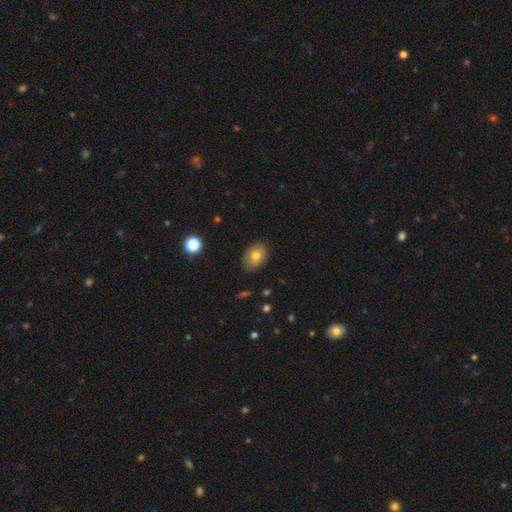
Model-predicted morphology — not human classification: A smooth galaxy with no disk features (76%) that is in between round and cigar-shaped (74%). Merging: none (86%).